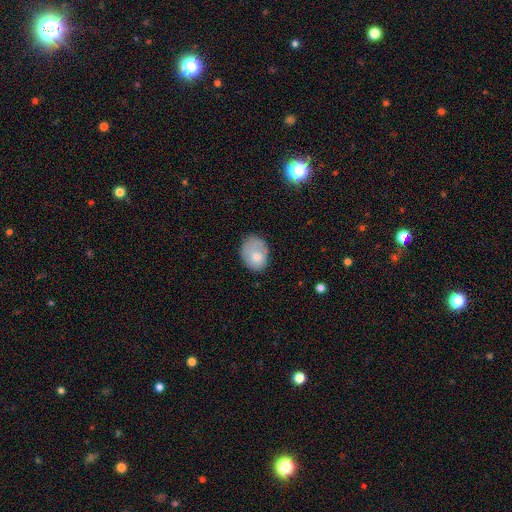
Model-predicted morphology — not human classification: Overall: smooth (75%). How rounded: in between (69%; round 30%). Merging: none (56%; minor disturbance 30%).